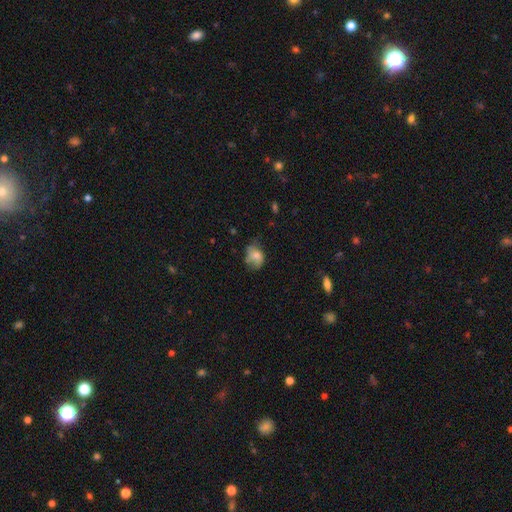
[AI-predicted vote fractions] Smooth or featured? smooth (69%)
How rounded? in between (62%)
Merging? none (49%)